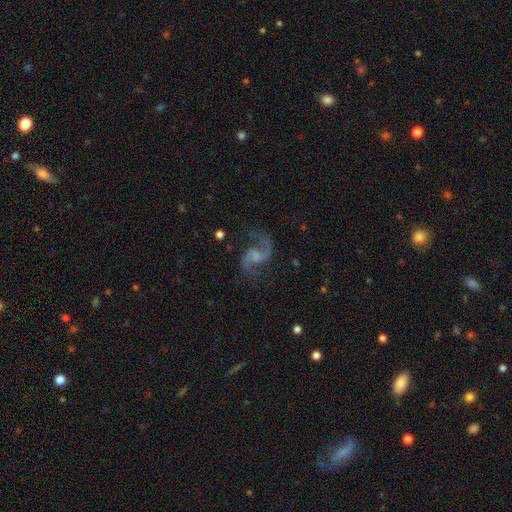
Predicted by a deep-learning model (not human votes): Smooth or featured: featured or disk — 89% (star or artifact — 6%)
Edge-on disk: no — 98% (yes — 2%)
Bar: no — 45% (tied with weak — 45%)
Spiral arms: yes — 97% (no — 3%)
Spiral winding: loose — 57% (medium — 37%)
Spiral arm count: 2 — 92% (1 — 4%)
Bulge size: small — 42% (moderate — 30%)
Merging: none — 74% (minor disturbance — 14%)